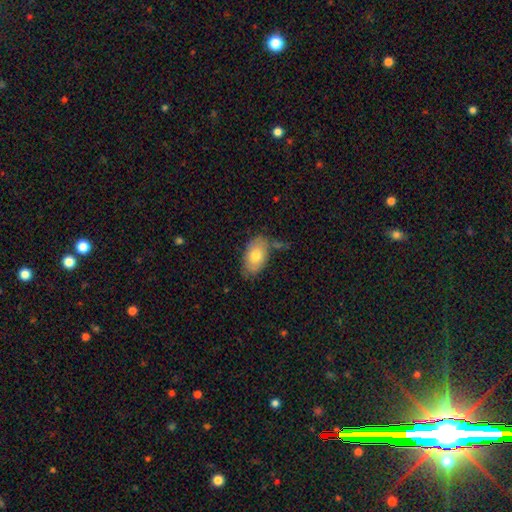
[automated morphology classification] Smooth or featured? Predicted: smooth (p=0.74). How rounded? Predicted: in between (p=0.91). Merging? Predicted: none (p=0.65).